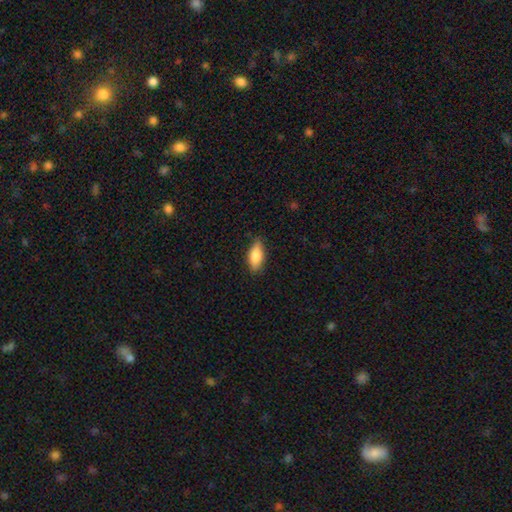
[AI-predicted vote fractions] A smooth galaxy with no disk features (83%) that is in between round and cigar-shaped (82%).

Vote fractions:
- Smooth or featured? smooth: 83% / featured or disk: 10% / star or artifact: 6%
- How rounded? in between: 82% / cigar-shaped: 16% / round: 3%
- Merging? none: 82% / minor disturbance: 15% / major disturbance: 3% / merger: 1%